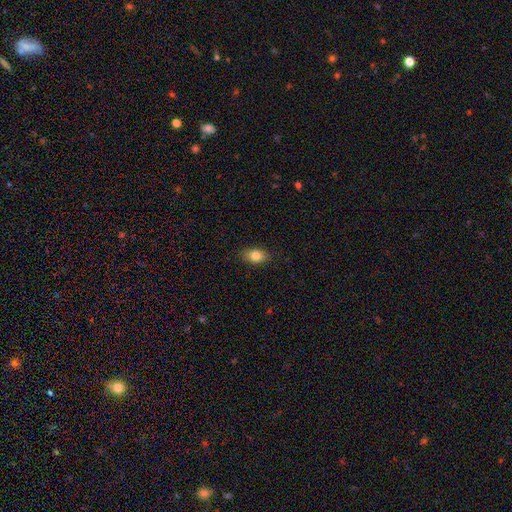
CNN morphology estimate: Smooth or featured? smooth (82%)
How rounded? in between (85%)
Merging? none (86%)